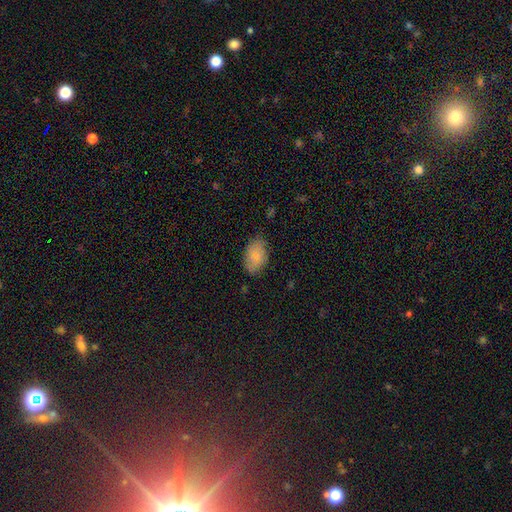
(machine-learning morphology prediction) Smooth or featured: smooth — 84% (featured or disk — 9%)
How rounded: in between — 91% (round — 7%)
Merging: none — 76% (minor disturbance — 19%)